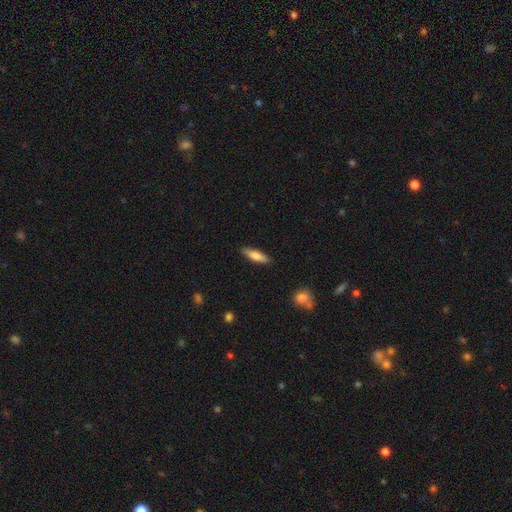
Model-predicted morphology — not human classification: The model was most divided on "how rounded": cigar-shaped: 66%, in between: 32%, round: 2%. More confident: merging — none (88%); smooth or featured — smooth (70%).